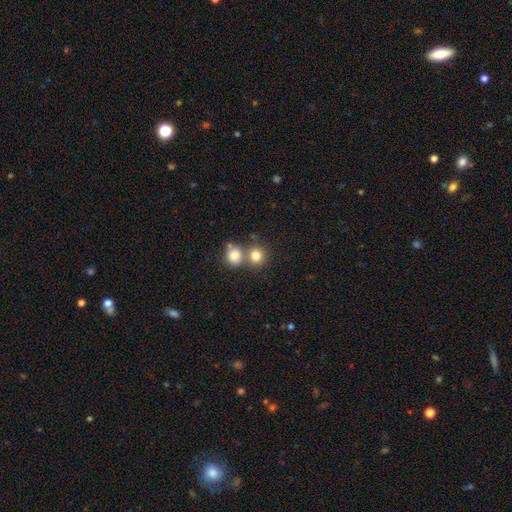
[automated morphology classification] A smooth galaxy with no disk features (81%) that is round (83%). Merging: none (52%).